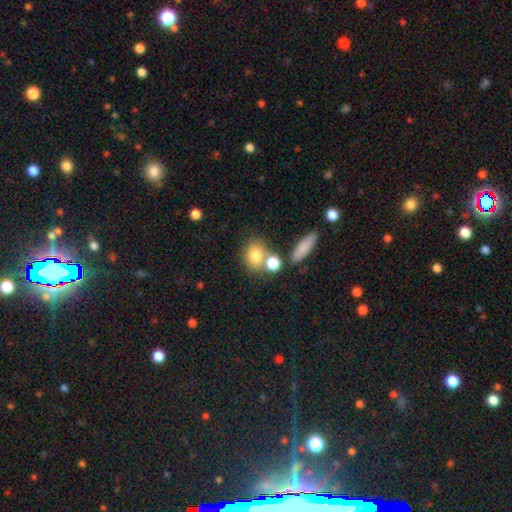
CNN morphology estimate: Smooth or featured: smooth — 78% (featured or disk — 11%)
How rounded: in between — 53% (round — 44%)
Merging: none — 53% (merger — 30%)